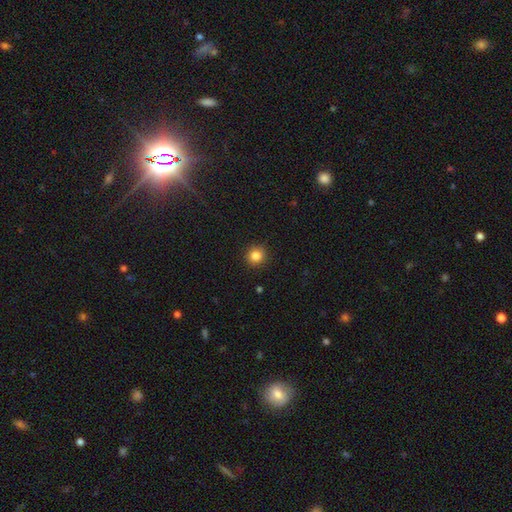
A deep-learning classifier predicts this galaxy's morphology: The model was most divided on "smooth or featured": smooth: 84%, star or artifact: 11%, featured or disk: 4%. More confident: how rounded — round (93%); merging — none (91%).